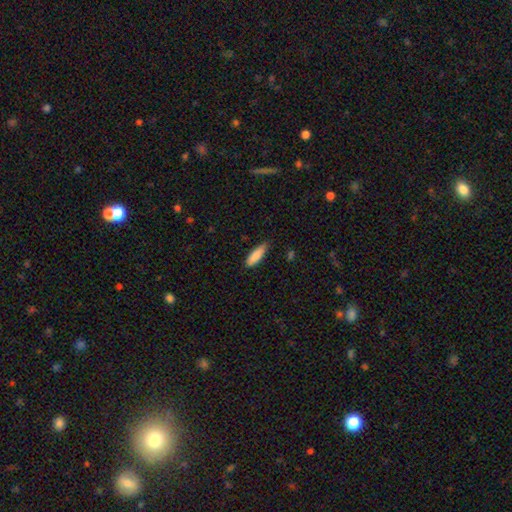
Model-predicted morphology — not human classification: Smooth or featured: smooth — 87% (featured or disk — 7%)
How rounded: cigar-shaped — 52% (in between — 47%)
Merging: none — 77% (minor disturbance — 19%)